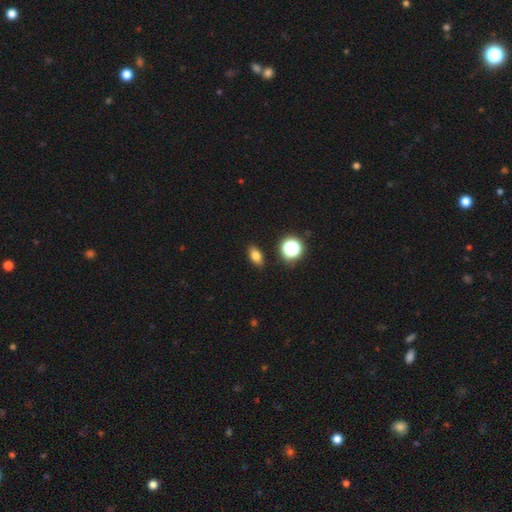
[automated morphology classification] This is likely a smooth galaxy (77%). How rounded: clearly in between (80%). Merging: clearly none (88%).